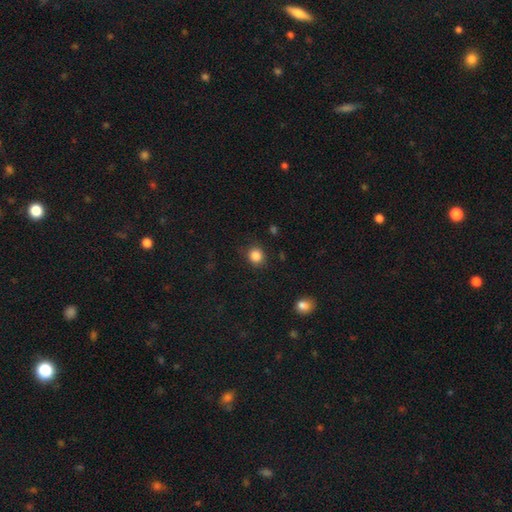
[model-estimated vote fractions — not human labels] This is clearly a smooth galaxy (85%). How rounded: clearly round (84%). Merging: clearly none (85%).